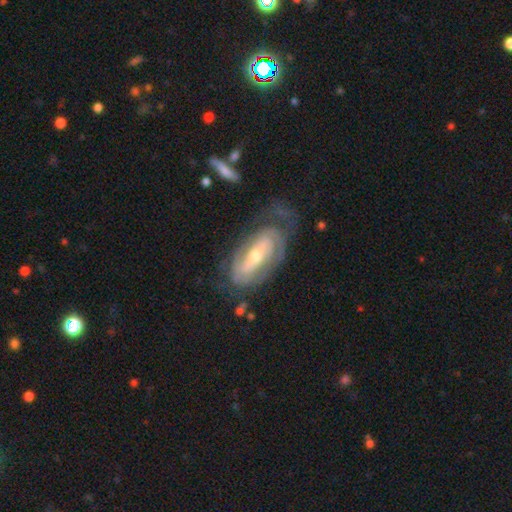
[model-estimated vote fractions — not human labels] Q: Smooth or featured?
A: featured or disk (80%); runner-up: smooth (14%)
Q: Edge-on disk?
A: no (92%); runner-up: yes (8%)
Q: Bar?
A: no (40%); runner-up: weak (34%)
Q: Spiral arms?
A: yes (86%); runner-up: no (14%)
Q: Spiral winding?
A: tight (61%); runner-up: medium (28%)
Q: Spiral arm count?
A: 2 (46%); runner-up: can't tell (34%)
Q: Bulge size?
A: moderate (49%); runner-up: small (46%)
Q: Merging?
A: none (53%); runner-up: minor disturbance (23%)